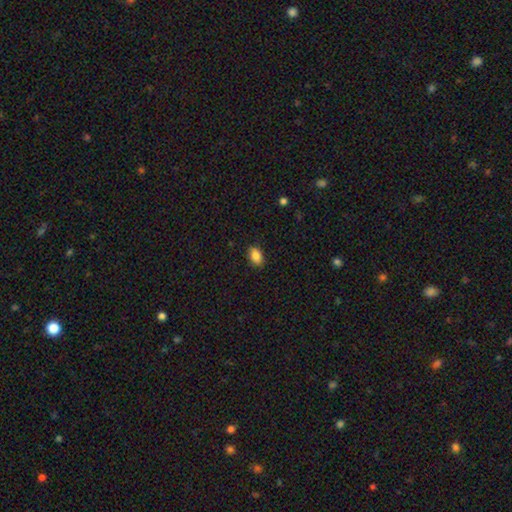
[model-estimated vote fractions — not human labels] Smooth or featured: smooth — 87% (star or artifact — 8%)
How rounded: in between — 88% (round — 10%)
Merging: none — 87% (minor disturbance — 10%)